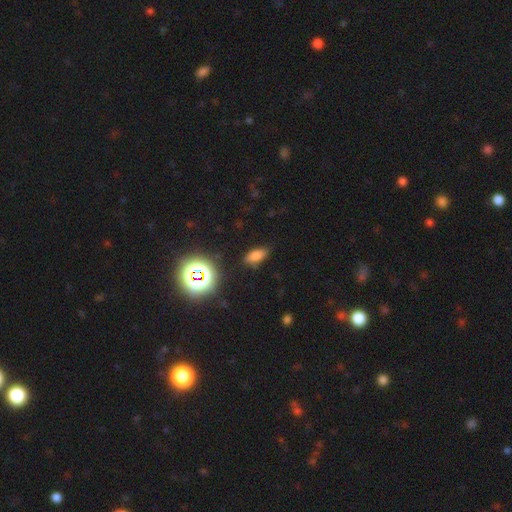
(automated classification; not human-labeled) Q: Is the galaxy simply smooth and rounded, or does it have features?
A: smooth — 71%.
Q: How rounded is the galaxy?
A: in between — 84%.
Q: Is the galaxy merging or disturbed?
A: none — 81%.